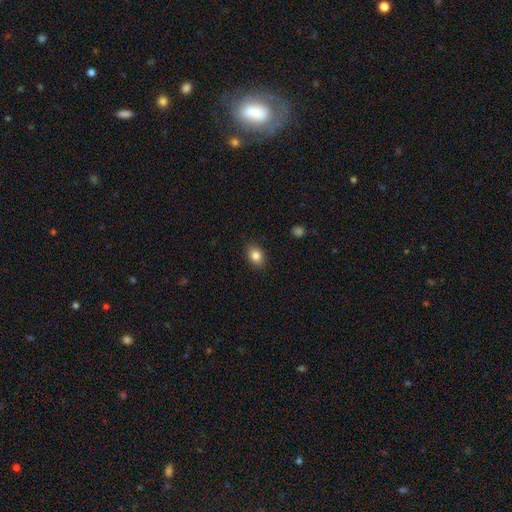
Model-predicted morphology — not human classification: smooth_or_featured: smooth (p=0.84) [alt: star or artifact p=0.09]
how_rounded: in between (p=0.71) [alt: round p=0.28]
merging: none (p=0.88) [alt: minor disturbance p=0.09]